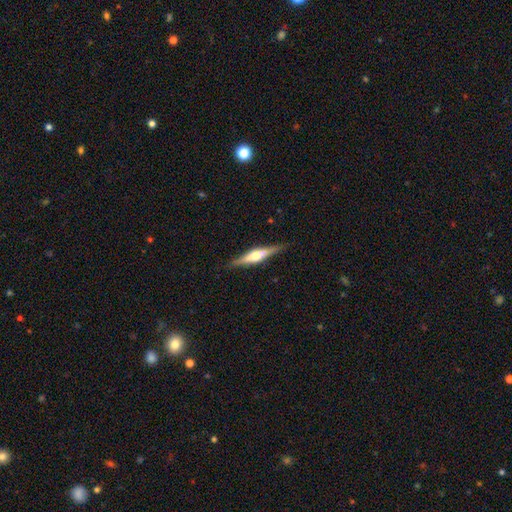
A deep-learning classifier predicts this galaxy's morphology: featured or disk 72%, smooth 23%, star or artifact 5%. Down the decision tree: edge-on disk — yes (97%); edge-on bulge — rounded (85%); merging — none (89%).